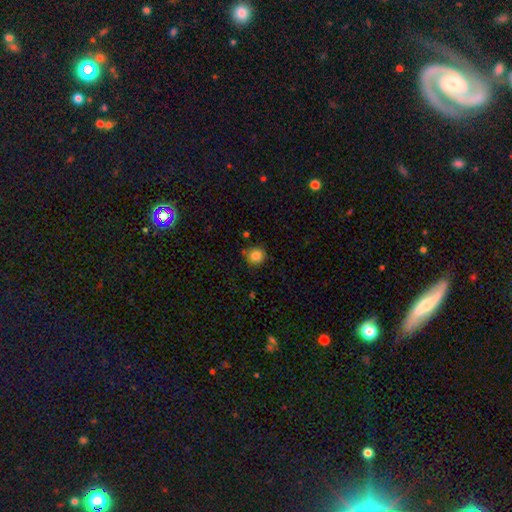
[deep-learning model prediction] A smooth galaxy with no disk features (85%) that is round (90%).

Vote fractions:
- Smooth or featured? smooth: 85% / star or artifact: 10% / featured or disk: 5%
- How rounded? round: 90% / in between: 9% / cigar-shaped: 1%
- Merging? none: 79% / minor disturbance: 14% / merger: 4% / major disturbance: 3%